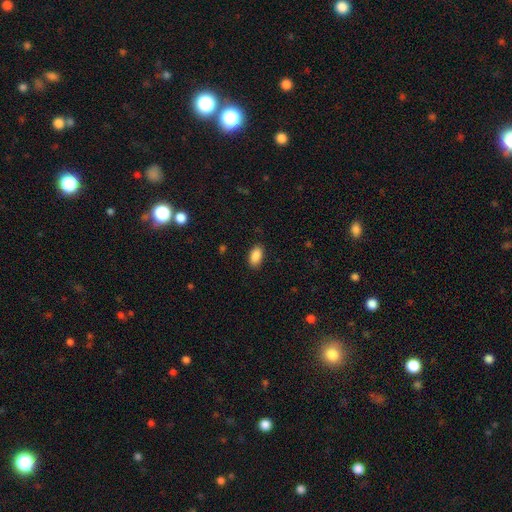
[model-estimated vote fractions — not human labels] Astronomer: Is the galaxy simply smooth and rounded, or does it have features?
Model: smooth — 90%.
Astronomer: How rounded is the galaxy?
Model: in between — 94%.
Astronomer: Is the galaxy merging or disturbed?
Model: none — 87%.